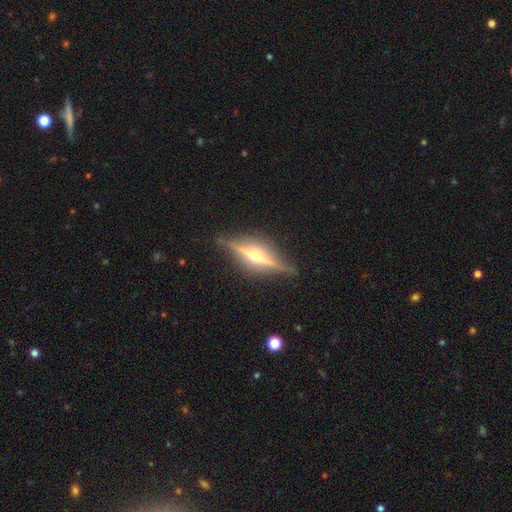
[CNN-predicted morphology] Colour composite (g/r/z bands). It shows a featured or disk galaxy (84%) viewed edge-on (96%) with a rounded central bulge (89%). Merging: none (86%).